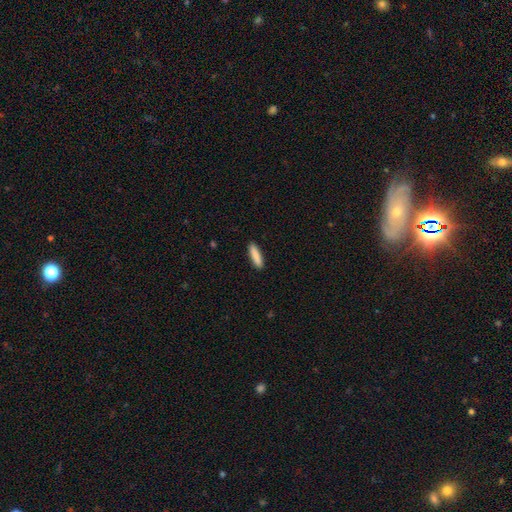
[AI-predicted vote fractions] This appears to be a smooth galaxy with no disk features (88%) that is cigar-shaped (76%). Merging: none (91%).